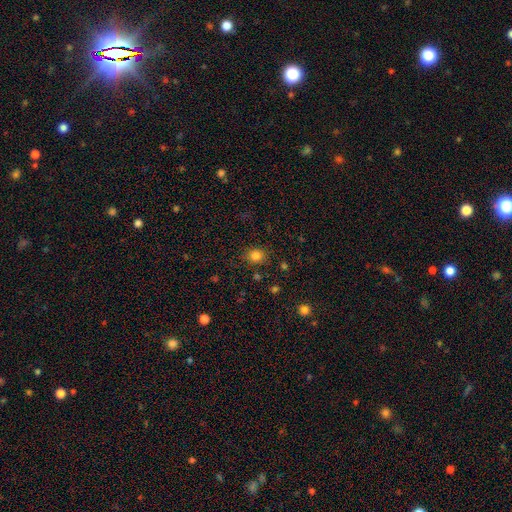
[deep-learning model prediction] This appears to be a smooth galaxy with no disk features (82%) that is round (64%). Merging: none (84%).